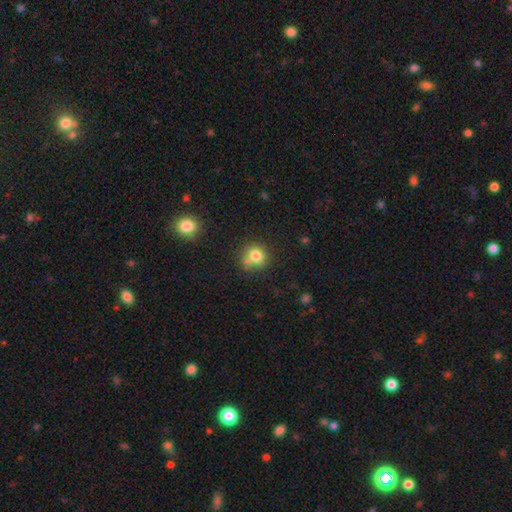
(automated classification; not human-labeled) The model was most divided on "merging": none: 60%, merger: 20%, minor disturbance: 16%, major disturbance: 5%. More confident: how rounded — round (85%); smooth or featured — smooth (78%).